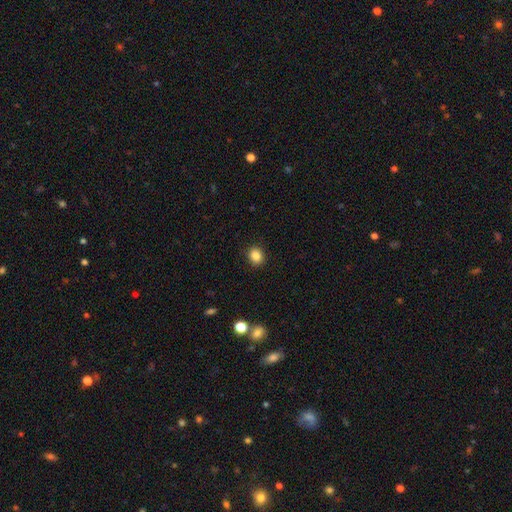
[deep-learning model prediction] smooth 85%, star or artifact 11%, featured or disk 4%. Down the decision tree: how rounded — round (67%); merging — none (91%).